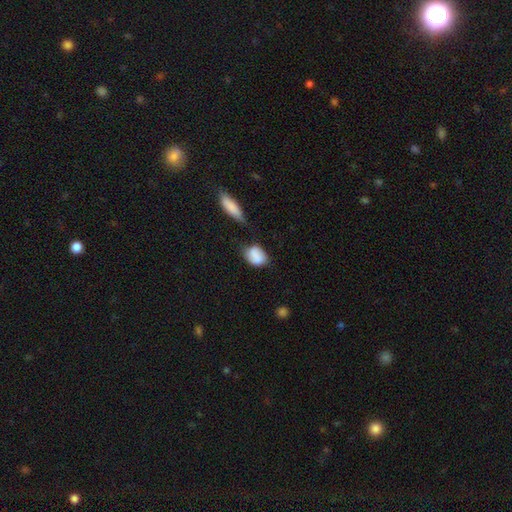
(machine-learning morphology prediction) This is clearly a smooth galaxy (81%). How rounded: likely in between (63%). Merging: possibly none (51%).